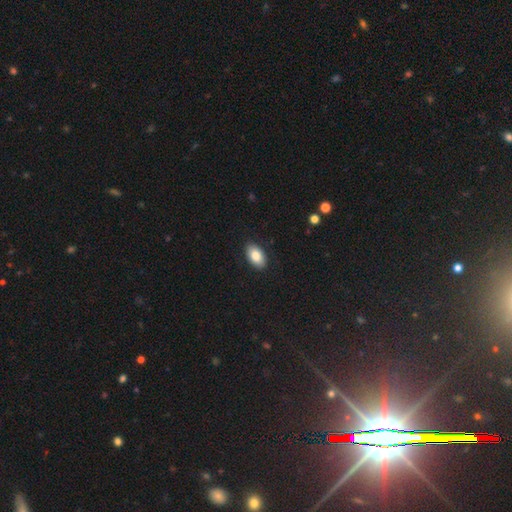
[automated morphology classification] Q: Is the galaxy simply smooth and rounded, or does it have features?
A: smooth — 85%.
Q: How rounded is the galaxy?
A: in between — 94%.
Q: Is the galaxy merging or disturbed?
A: none — 89%.